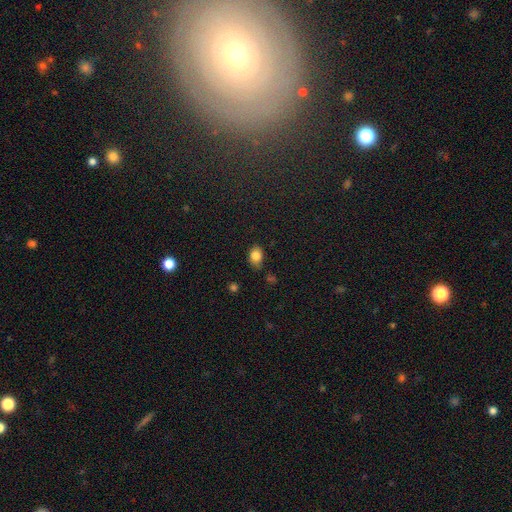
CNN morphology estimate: Smooth or featured? smooth (83%)
How rounded? in between (68%)
Merging? none (74%)